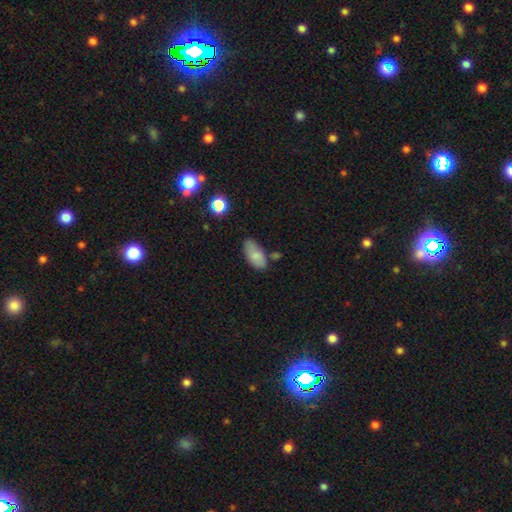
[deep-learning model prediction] smooth-or-featured: smooth: 81% | featured or disk: 11% | star or artifact: 7%
  how-rounded: in between: 92% | cigar-shaped: 5% | round: 3%
  merging: none: 64% | minor disturbance: 23% | merger: 8% | major disturbance: 5%